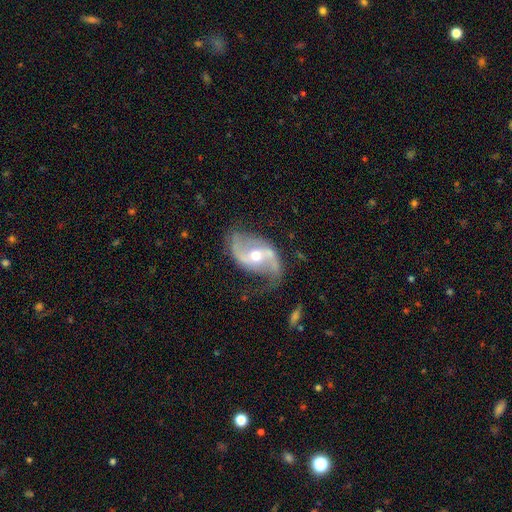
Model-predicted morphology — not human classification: Overall: featured or disk (90%). Edge-on disk: no (97%). Bar: weak (37%; no 36%). Spiral arms: yes (96%). Spiral arm count: 2 (93%). Spiral winding: loose (60%; medium 32%). Bulge size: moderate (62%; small 33%). Merging: none (70%).